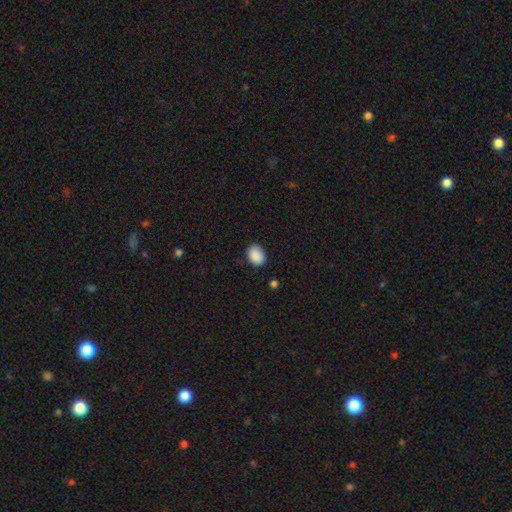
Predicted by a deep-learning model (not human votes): smooth_or_featured: smooth (p=0.89) [alt: star or artifact p=0.08]
how_rounded: in between (p=0.64) [alt: round p=0.35]
merging: none (p=0.81) [alt: minor disturbance p=0.15]